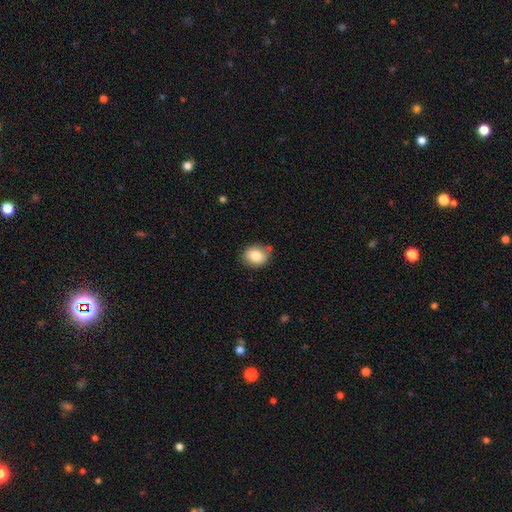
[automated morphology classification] This is clearly a smooth galaxy (83%). How rounded: possibly round (58%). Merging: likely none (71%).